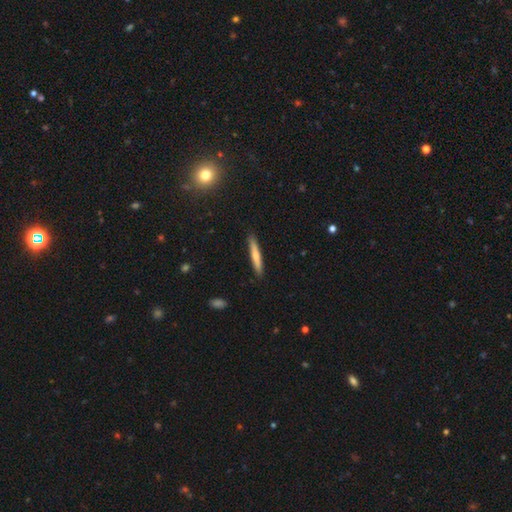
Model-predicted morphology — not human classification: Smooth or featured? Predicted: smooth (p=0.67). How rounded? Predicted: cigar-shaped (p=0.94). Merging? Predicted: none (p=0.89).